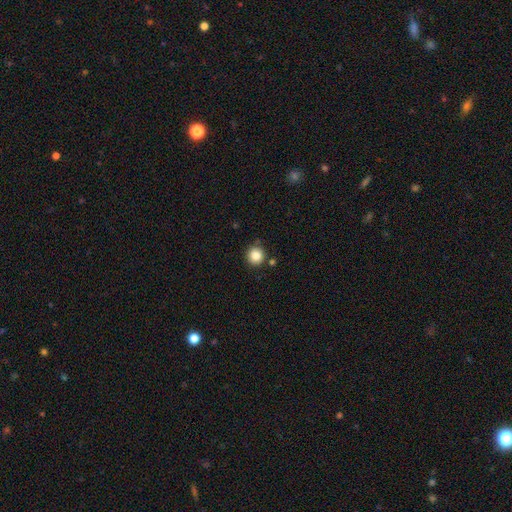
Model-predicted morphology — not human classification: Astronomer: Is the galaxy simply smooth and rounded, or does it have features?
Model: smooth — 85%.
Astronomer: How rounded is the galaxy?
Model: round — 93%.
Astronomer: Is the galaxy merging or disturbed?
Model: none — 85%.